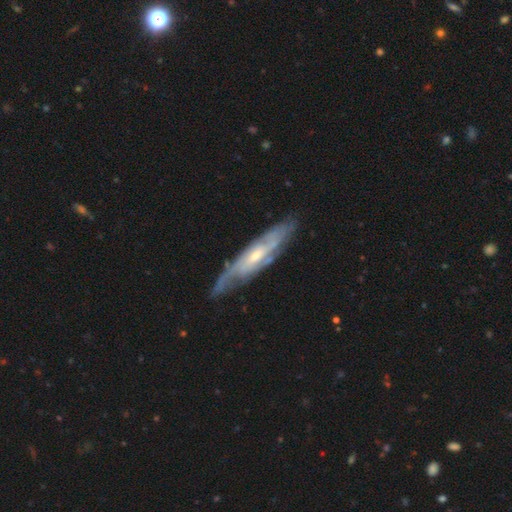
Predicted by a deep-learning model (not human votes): smooth_or_featured: featured or disk (p=0.80) [alt: smooth p=0.14]
disk_edge_on: no (p=0.59) [alt: yes p=0.41]
merging: none (p=0.75) [alt: minor disturbance p=0.18]